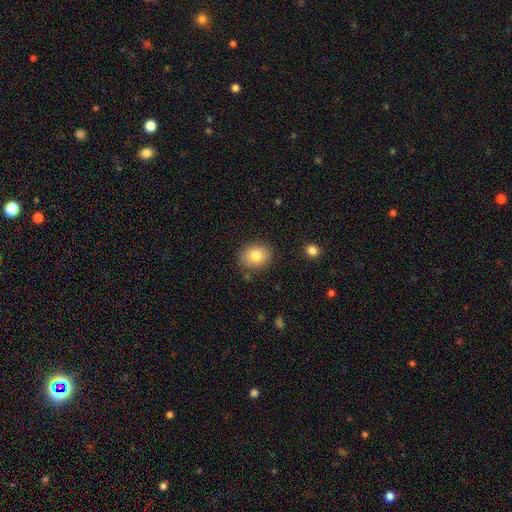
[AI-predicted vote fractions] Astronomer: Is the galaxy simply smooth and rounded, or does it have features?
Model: smooth — 83%.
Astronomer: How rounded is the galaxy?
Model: round — 53% (runner-up: in between, 46%).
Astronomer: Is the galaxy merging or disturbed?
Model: none — 84%.